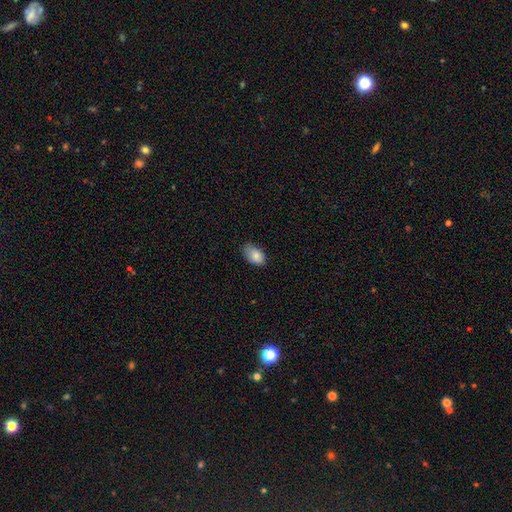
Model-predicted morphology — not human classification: This appears to be a smooth galaxy with no disk features (85%) that is in between round and cigar-shaped (91%). Merging: none (65%).